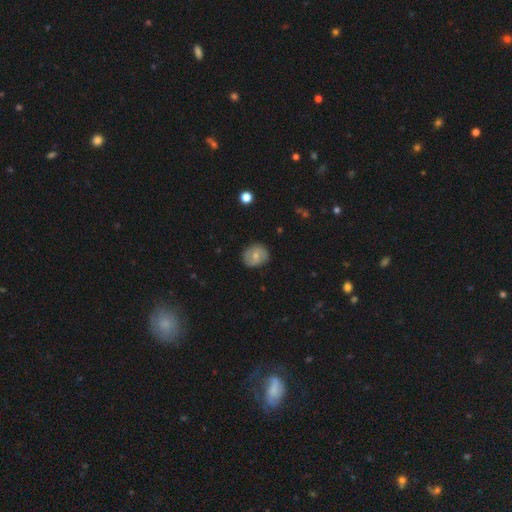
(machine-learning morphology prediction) This is possibly a smooth galaxy (59%). How rounded: likely round (67%). Merging: clearly none (82%).